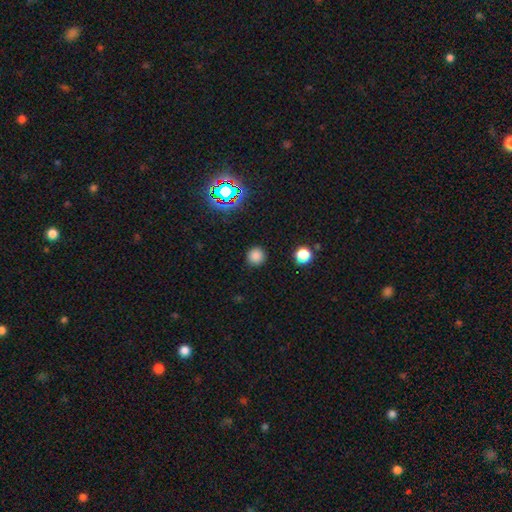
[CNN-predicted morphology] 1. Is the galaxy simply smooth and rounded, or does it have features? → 80% smooth, 17% star or artifact, 4% featured or disk.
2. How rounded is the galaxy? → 94% round, 5% in between, 1% cigar-shaped.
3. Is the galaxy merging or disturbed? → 90% none, 6% minor disturbance, 2% major disturbance, 1% merger.